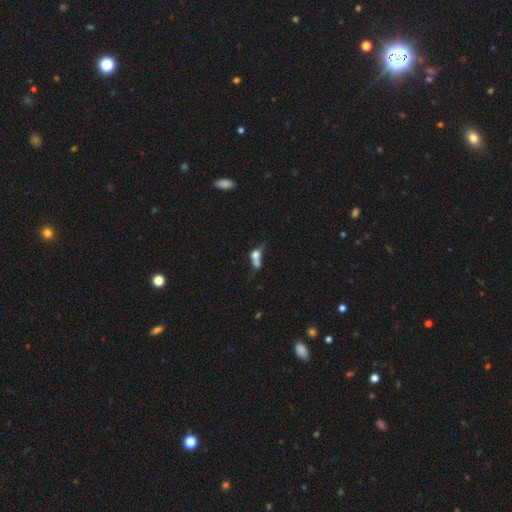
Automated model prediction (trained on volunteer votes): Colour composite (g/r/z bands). It shows a smooth galaxy with no disk features (56%) that is in between round and cigar-shaped (48%). Merging: merger (57%).